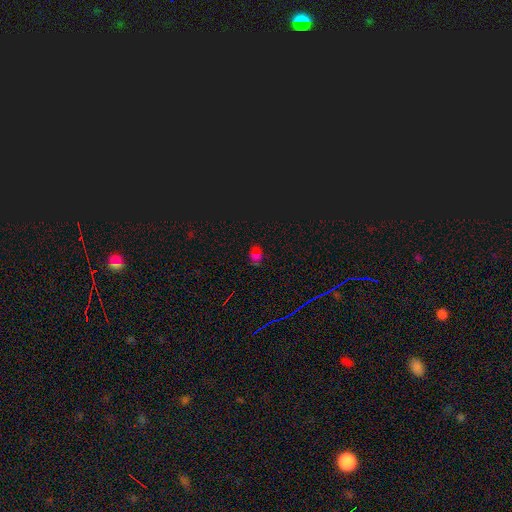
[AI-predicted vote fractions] Q: Smooth or featured?
A: smooth (50%); runner-up: star or artifact (41%)
Q: Merging?
A: none (76%); runner-up: minor disturbance (18%)